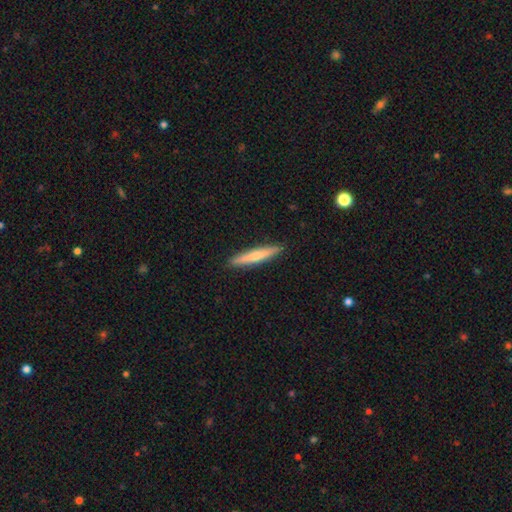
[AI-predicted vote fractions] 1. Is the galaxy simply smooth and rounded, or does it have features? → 60% smooth, 35% featured or disk, 5% star or artifact.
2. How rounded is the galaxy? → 94% cigar-shaped, 5% in between, 1% round.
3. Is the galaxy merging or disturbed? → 92% none, 6% minor disturbance, 1% major disturbance, 1% merger.